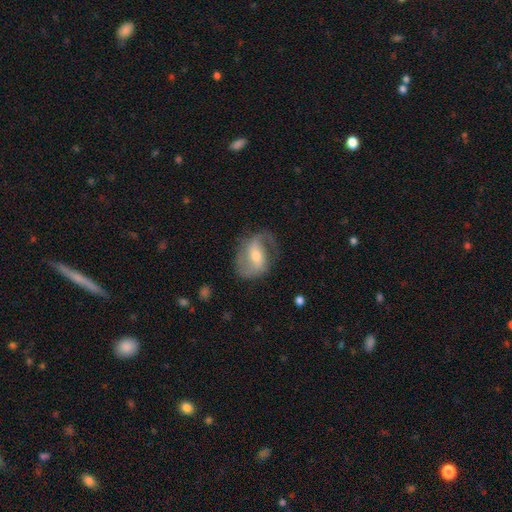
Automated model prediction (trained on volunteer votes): Smooth or featured? featured or disk (77%)
Edge-on disk? no (96%)
Bar? weak (45%)
Spiral arms? yes (91%)
Spiral winding? loose (43%)
Spiral arm count? 2 (73%)
Bulge size? moderate (56%)
Merging? none (62%)